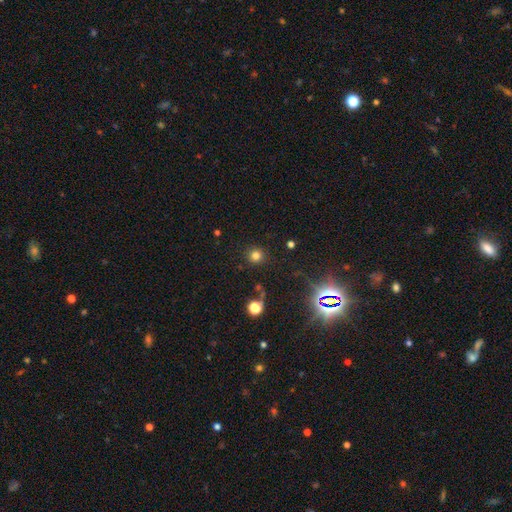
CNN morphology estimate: Overall: smooth (77%). How rounded: round (93%). Merging: none (89%).